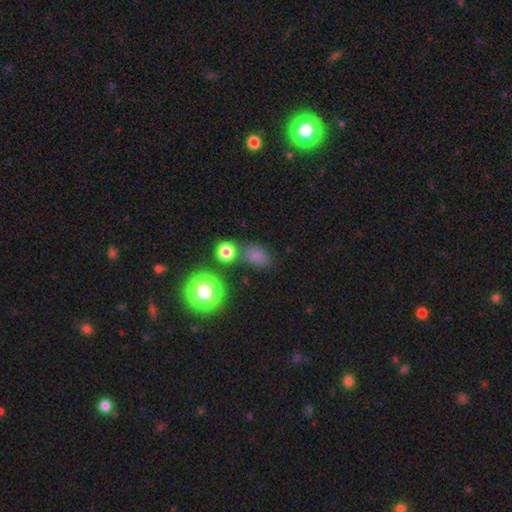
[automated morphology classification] Q: Smooth or featured?
A: smooth (70%); runner-up: star or artifact (23%)
Q: How rounded?
A: in between (60%); runner-up: round (38%)
Q: Merging?
A: none (65%); runner-up: minor disturbance (16%)